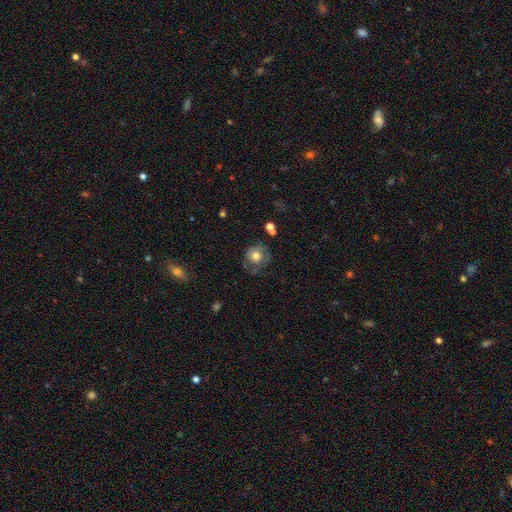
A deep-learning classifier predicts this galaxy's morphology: Smooth or featured?
  - smooth: 67% *
  - featured or disk: 24%
  - star or artifact: 9%
How rounded?
  - round: 86% *
  - in between: 13%
  - cigar-shaped: 1%
Merging?
  - none: 57% *
  - minor disturbance: 26%
  - major disturbance: 14%
  - merger: 4%